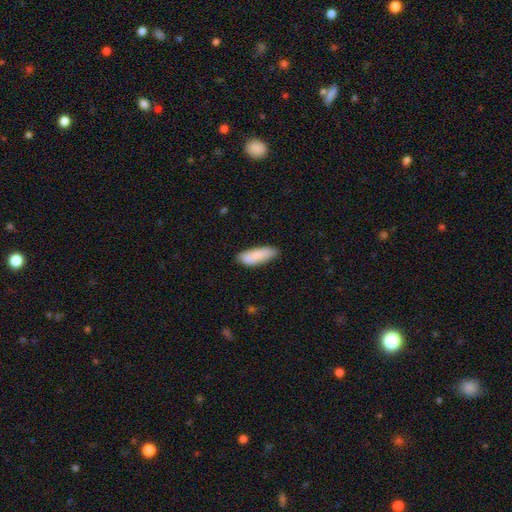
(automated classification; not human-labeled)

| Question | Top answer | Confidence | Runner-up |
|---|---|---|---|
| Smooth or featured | smooth | 82% | featured or disk (13%) |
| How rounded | in between | 63% | cigar-shaped (35%) |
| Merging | none | 73% | minor disturbance (21%) |